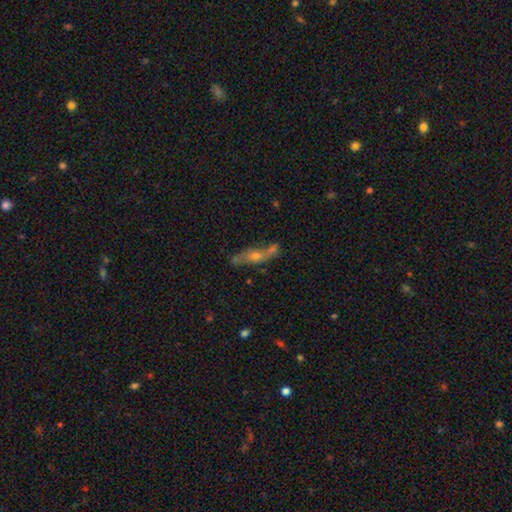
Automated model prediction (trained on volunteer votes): Q: Smooth or featured?
A: featured or disk (54%); runner-up: smooth (35%)
Q: Edge-on disk?
A: yes (52%); runner-up: no (48%)
Q: Merging?
A: none (54%); runner-up: merger (20%)